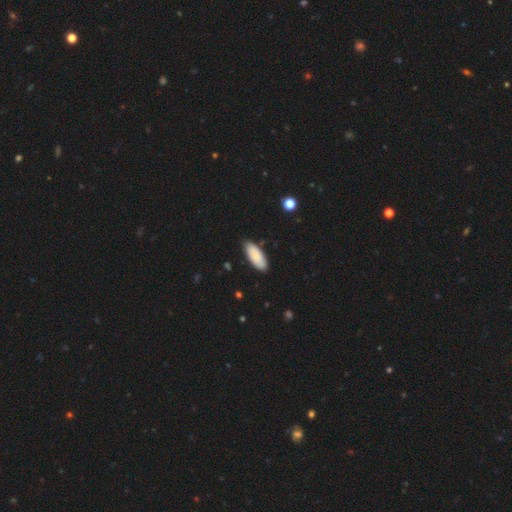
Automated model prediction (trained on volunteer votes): Smooth or featured?
  - smooth: 82% *
  - featured or disk: 12%
  - star or artifact: 6%
How rounded?
  - in between: 82% *
  - cigar-shaped: 16%
  - round: 2%
Merging?
  - none: 81% *
  - minor disturbance: 15%
  - major disturbance: 2%
  - merger: 2%